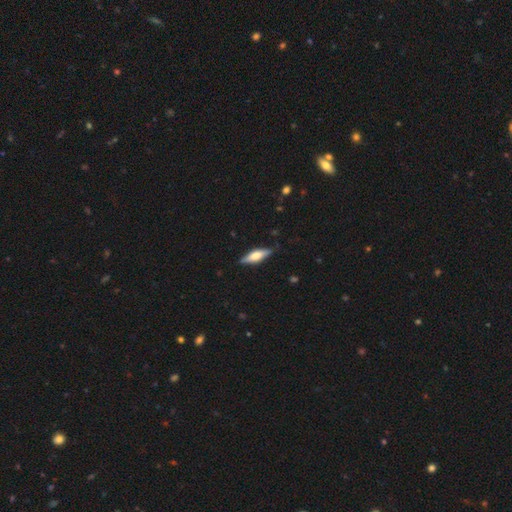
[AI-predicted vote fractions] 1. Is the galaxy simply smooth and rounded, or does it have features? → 56% featured or disk, 38% smooth, 6% star or artifact.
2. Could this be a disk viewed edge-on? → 95% yes, 5% no.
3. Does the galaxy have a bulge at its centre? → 85% rounded, 12% boxy, 3% none.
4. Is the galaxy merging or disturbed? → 87% none, 10% minor disturbance, 2% major disturbance, 1% merger.